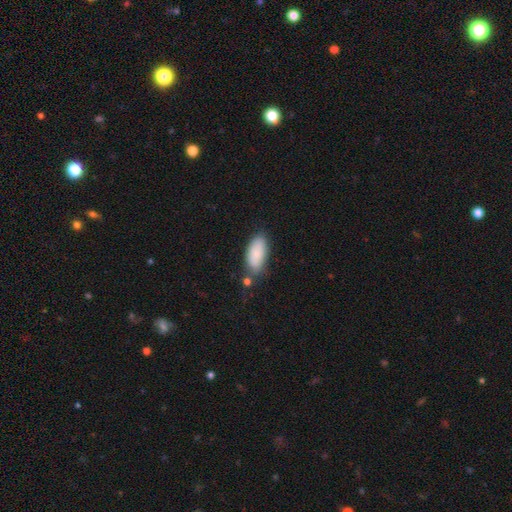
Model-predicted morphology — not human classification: smooth 84%, featured or disk 10%, star or artifact 6%. Down the decision tree: how rounded — in between (88%); merging — none (70%).